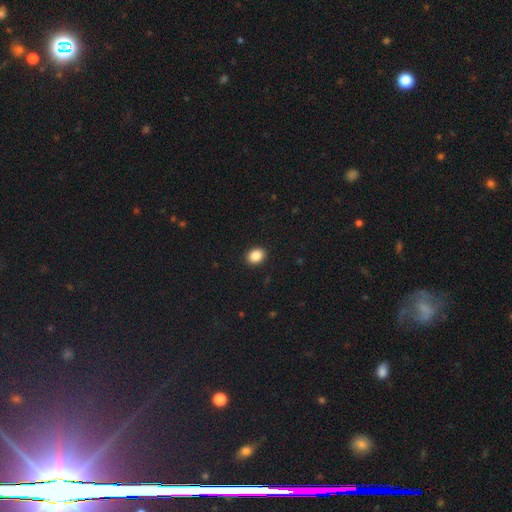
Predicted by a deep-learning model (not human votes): Smooth or featured?
  - smooth: 87% *
  - star or artifact: 9%
  - featured or disk: 4%
How rounded?
  - in between: 60% *
  - round: 39%
  - cigar-shaped: 1%
Merging?
  - none: 92% *
  - minor disturbance: 6%
  - major disturbance: 2%
  - merger: 1%